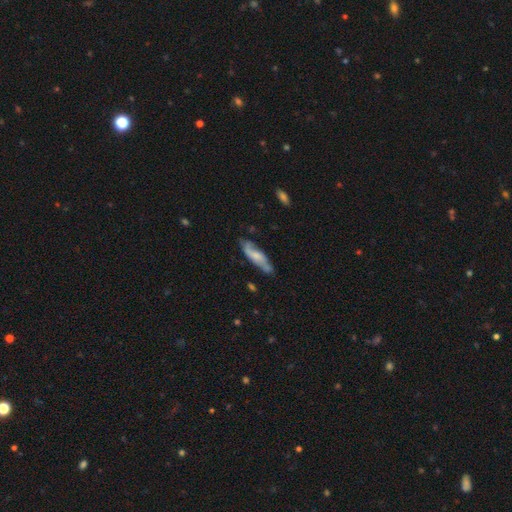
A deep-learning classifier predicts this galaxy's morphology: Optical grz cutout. It shows a featured or disk galaxy (49%). Merging: none (61%).